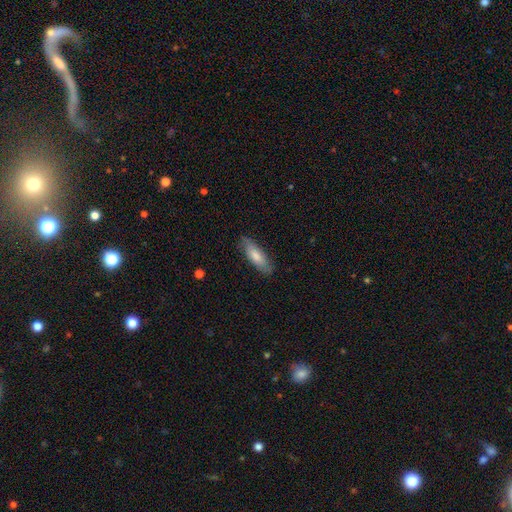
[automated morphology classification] A smooth galaxy with no disk features (68%) that is in between round and cigar-shaped (55%).

Vote fractions:
- Smooth or featured? smooth: 68% / featured or disk: 26% / star or artifact: 6%
- How rounded? in between: 55% / cigar-shaped: 44% / round: 2%
- Merging? none: 82% / minor disturbance: 14% / major disturbance: 3% / merger: 1%